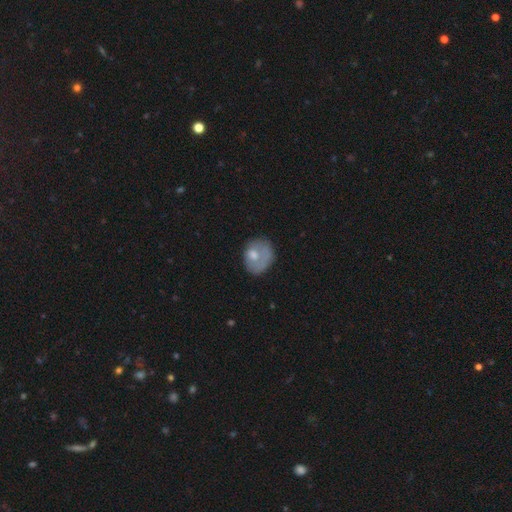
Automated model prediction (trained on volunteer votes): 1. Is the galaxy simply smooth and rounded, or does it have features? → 56% smooth, 37% featured or disk, 7% star or artifact.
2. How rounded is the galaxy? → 53% round, 46% in between, 1% cigar-shaped.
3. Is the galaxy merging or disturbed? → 45% none, 26% major disturbance, 26% minor disturbance, 3% merger.